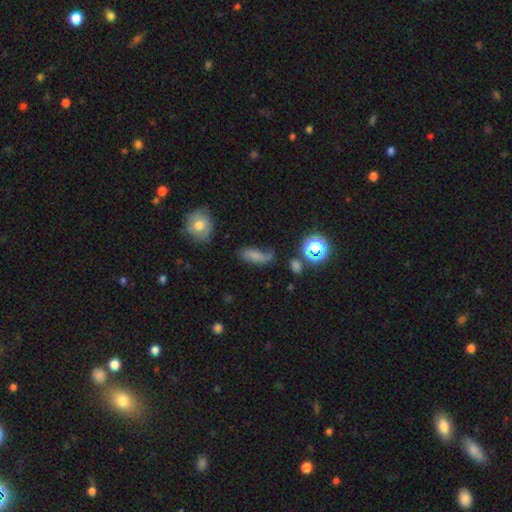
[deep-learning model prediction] This appears to be a smooth galaxy with no disk features (61%) that is in between round and cigar-shaped (67%). Merging: none (39%).